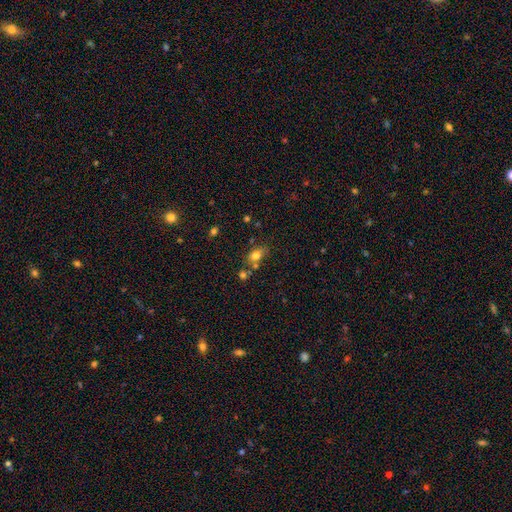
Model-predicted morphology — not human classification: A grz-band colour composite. It shows a smooth galaxy with no disk features (76%) that is in between round and cigar-shaped (78%). Merging: none (58%).